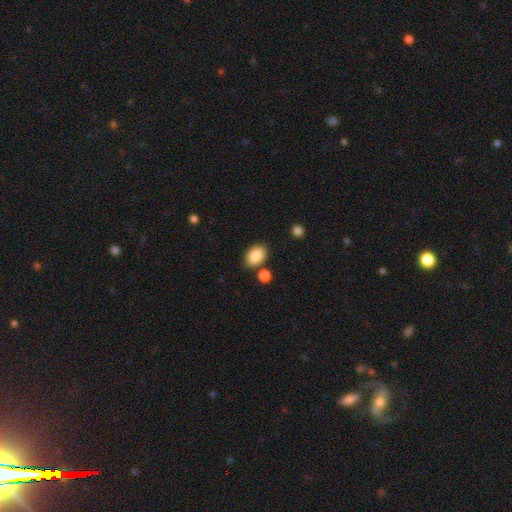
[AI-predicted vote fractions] This is clearly a smooth galaxy (87%). How rounded: clearly in between (80%). Merging: likely none (78%).